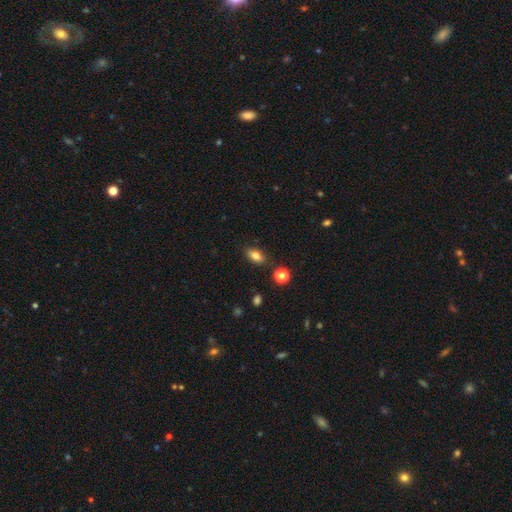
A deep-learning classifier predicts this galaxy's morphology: smooth 80%, star or artifact 11%, featured or disk 9%. Down the decision tree: how rounded — in between (84%); merging — none (83%).